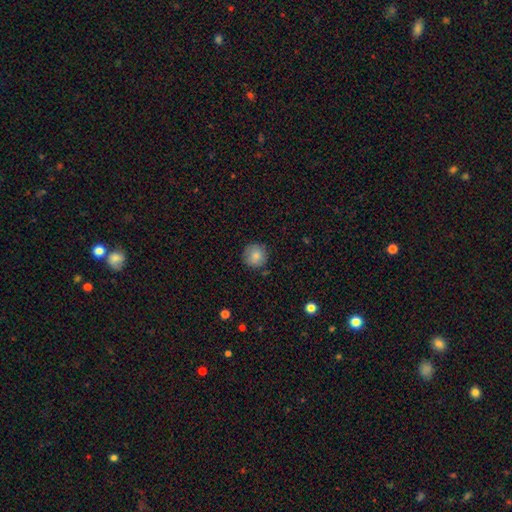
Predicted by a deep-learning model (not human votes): Smooth or featured? smooth (83%)
How rounded? round (94%)
Merging? none (84%)